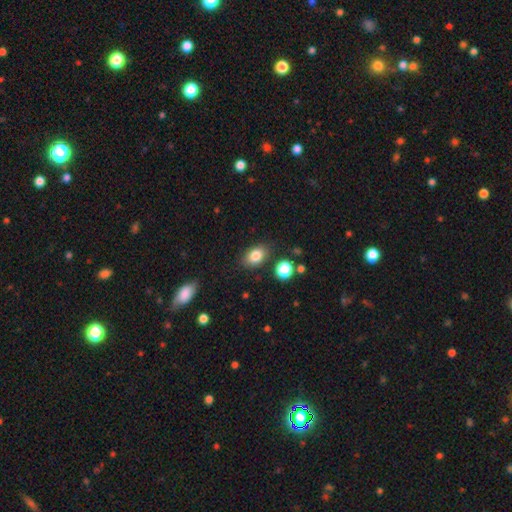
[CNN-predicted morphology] Overall: smooth (83%). How rounded: in between (82%). Merging: none (82%).